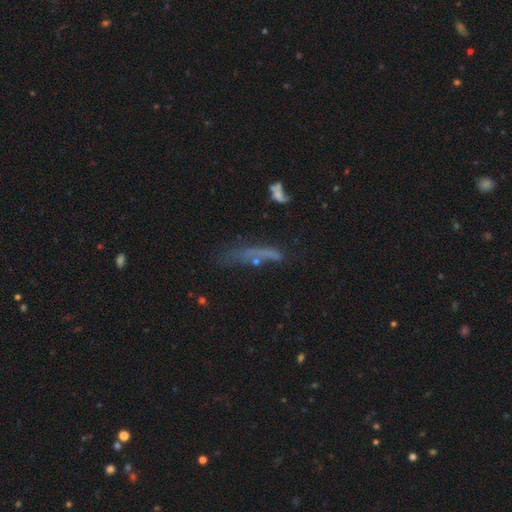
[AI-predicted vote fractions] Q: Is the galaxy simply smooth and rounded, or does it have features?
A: smooth — 45%.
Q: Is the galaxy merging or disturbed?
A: none — 45%.